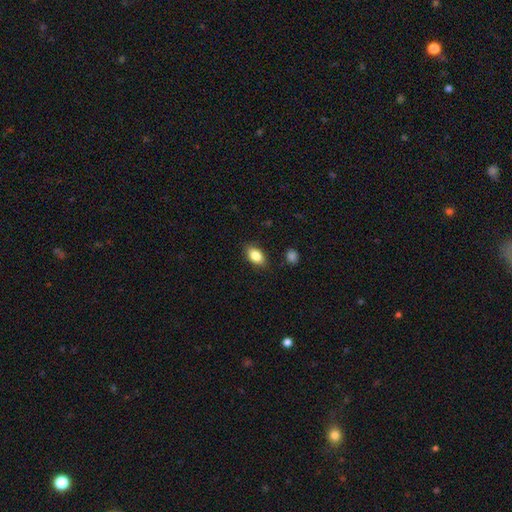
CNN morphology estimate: This is clearly a smooth galaxy (84%). How rounded: clearly in between (89%). Merging: clearly none (86%).